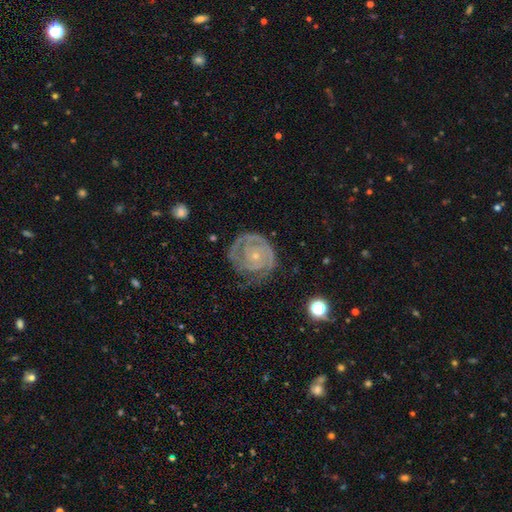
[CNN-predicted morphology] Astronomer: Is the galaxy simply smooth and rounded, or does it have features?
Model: featured or disk — 87%.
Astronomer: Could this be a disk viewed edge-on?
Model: no — 98%.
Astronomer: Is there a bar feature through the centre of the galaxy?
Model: no — 79%.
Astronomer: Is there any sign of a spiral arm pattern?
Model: yes — 96%.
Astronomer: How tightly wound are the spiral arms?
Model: tight — 78%.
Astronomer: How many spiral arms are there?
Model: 2 — 47%.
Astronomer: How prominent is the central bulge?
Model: small — 81%.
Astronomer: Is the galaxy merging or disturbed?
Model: none — 67%.